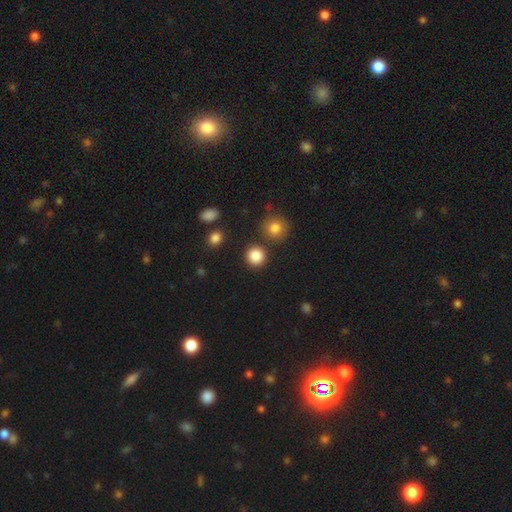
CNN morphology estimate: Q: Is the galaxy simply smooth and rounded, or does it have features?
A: smooth — 86%.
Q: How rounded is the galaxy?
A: round — 92%.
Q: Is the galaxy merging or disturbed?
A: none — 88%.